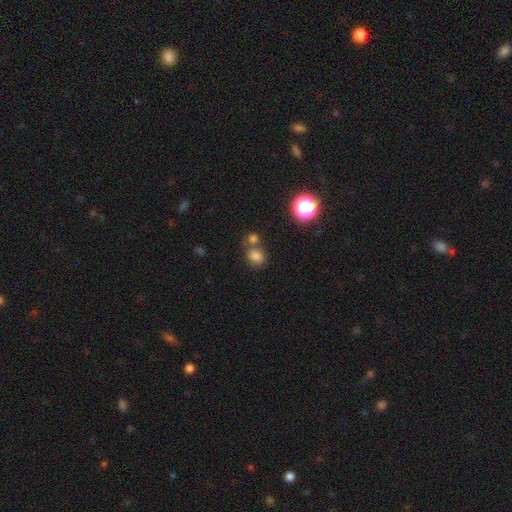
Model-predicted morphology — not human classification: Smooth or featured?
  - smooth: 78% *
  - star or artifact: 15%
  - featured or disk: 7%
How rounded?
  - round: 55% *
  - in between: 43%
  - cigar-shaped: 1%
Merging?
  - none: 55% *
  - merger: 29%
  - minor disturbance: 11%
  - major disturbance: 4%